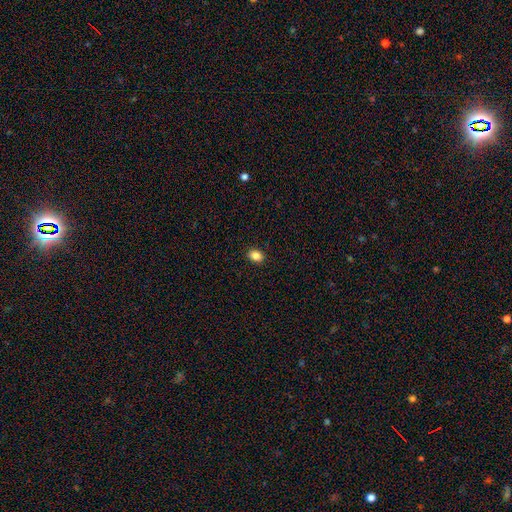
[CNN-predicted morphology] smooth-or-featured: smooth: 85% | star or artifact: 10% | featured or disk: 4%
  how-rounded: in between: 59% | round: 40% | cigar-shaped: 1%
  merging: none: 90% | minor disturbance: 7% | major disturbance: 2% | merger: 1%